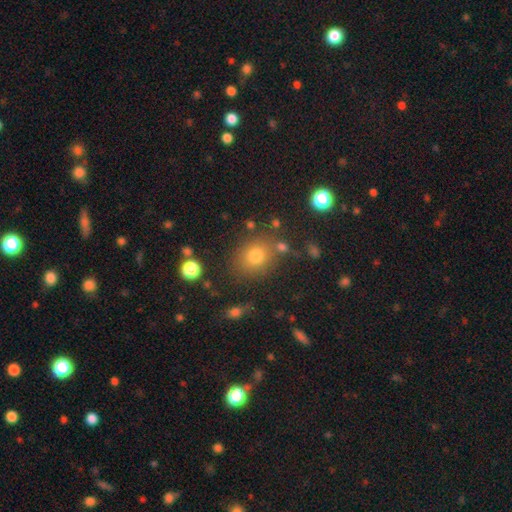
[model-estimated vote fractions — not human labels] Smooth or featured? smooth (75%)
How rounded? round (67%)
Merging? none (77%)